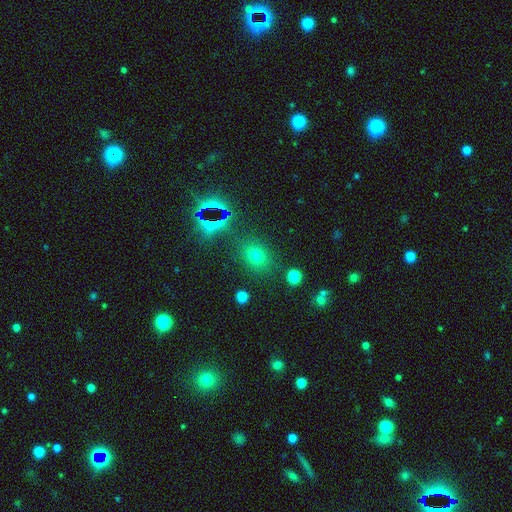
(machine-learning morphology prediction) The model was most divided on "how rounded": round: 51%, in between: 47%, cigar-shaped: 2%. More confident: merging — none (78%); smooth or featured — smooth (64%).